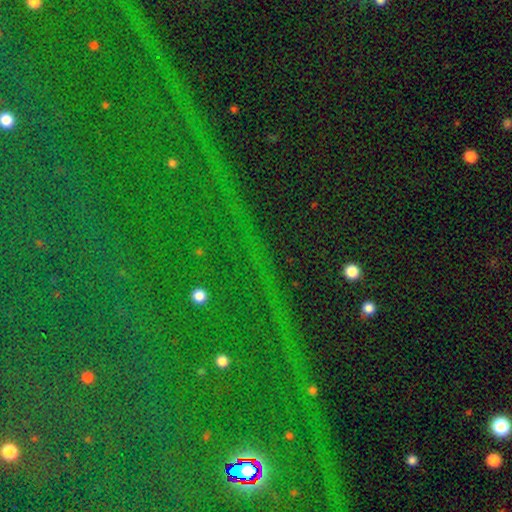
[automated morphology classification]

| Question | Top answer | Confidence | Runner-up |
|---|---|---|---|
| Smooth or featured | star or artifact | 84% | featured or disk (8%) |